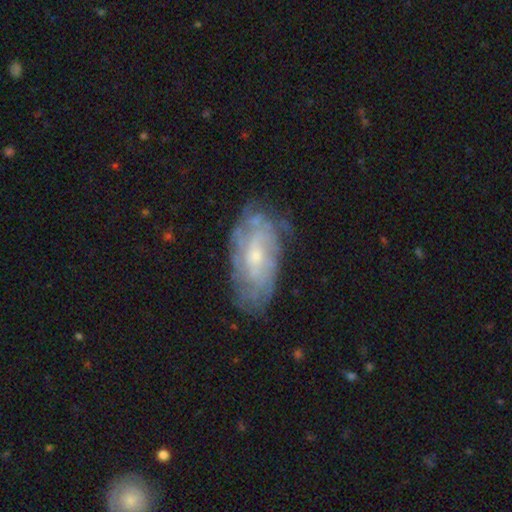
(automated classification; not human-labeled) Smooth or featured?
  - featured or disk: 72% *
  - smooth: 21%
  - star or artifact: 7%
Edge-on disk?
  - no: 93% *
  - yes: 7%
Bar?
  - no: 62% *
  - weak: 33%
  - strong: 6%
Spiral arms?
  - yes: 78% *
  - no: 22%
Spiral winding?
  - tight: 60% *
  - medium: 29%
  - loose: 11%
Spiral arm count?
  - can't tell: 62% *
  - 2: 11%
  - 4: 10%
  - 3: 8%
  - more than 4: 5%
  - 1: 4%
Bulge size?
  - small: 59% *
  - moderate: 34%
  - none: 4%
  - large: 2%
  - dominant: 1%
Merging?
  - none: 70% *
  - minor disturbance: 21%
  - major disturbance: 7%
  - merger: 2%